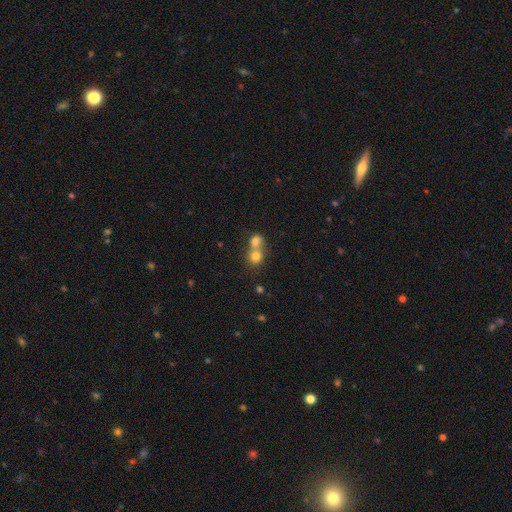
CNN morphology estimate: A smooth galaxy with no disk features (76%) that is round (76%). Merging: merger (67%).